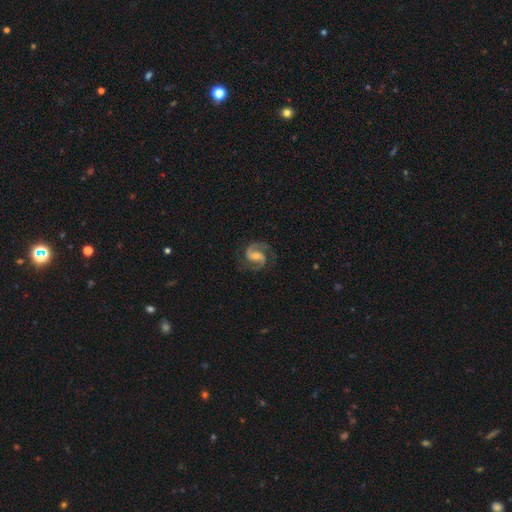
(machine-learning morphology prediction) Smooth or featured? Predicted: featured or disk (p=0.92). Edge-on disk? Predicted: no (p=0.98). Bar? Predicted: weak (p=0.47). Spiral arms? Predicted: yes (p=0.98). Spiral winding? Predicted: medium (p=0.65). Spiral arm count? Predicted: 2 (p=0.94). Bulge size? Predicted: small (p=0.45). Merging? Predicted: none (p=0.81).